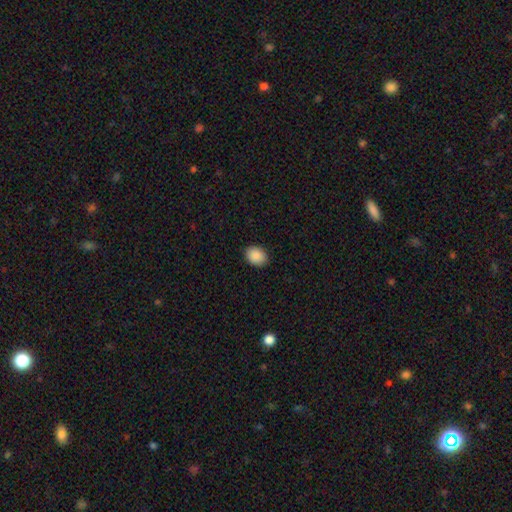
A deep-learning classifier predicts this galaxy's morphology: smooth 90%, star or artifact 7%, featured or disk 3%. Down the decision tree: how rounded — in between (65%); merging — none (89%).